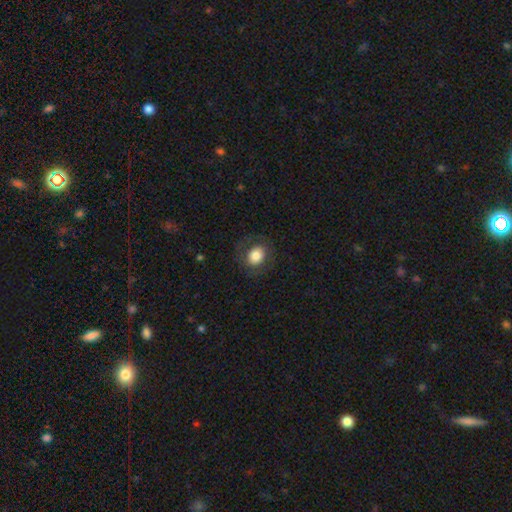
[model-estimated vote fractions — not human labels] Morphology: type=smooth (77%); roundness=round (62%); merging=none (79%).